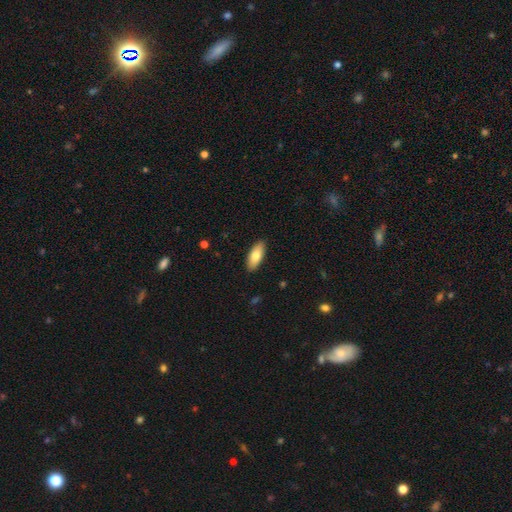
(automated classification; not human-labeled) Overall: smooth (77%). How rounded: in between (80%). Merging: none (89%).